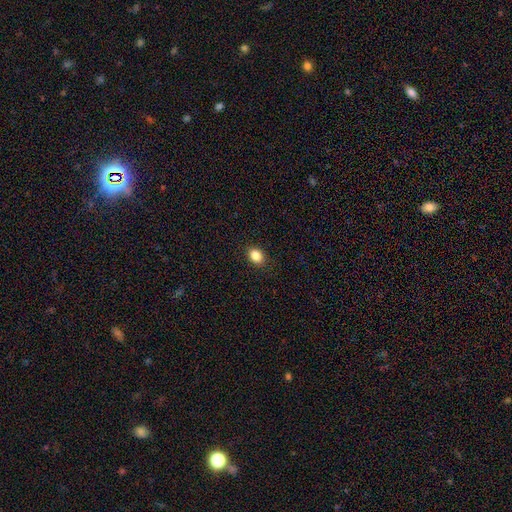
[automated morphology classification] This appears to be a smooth galaxy with no disk features (86%) that is in between round and cigar-shaped (62%). Merging: none (89%).